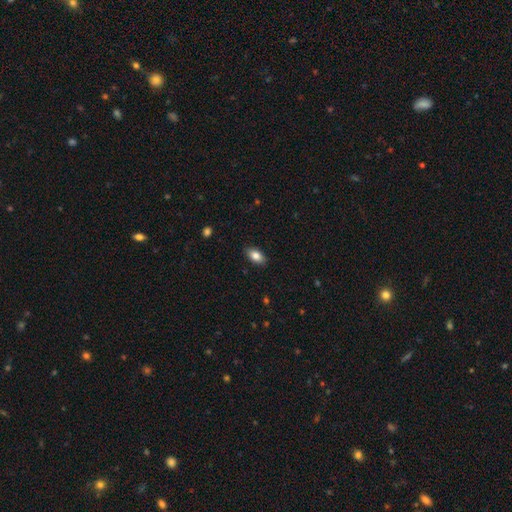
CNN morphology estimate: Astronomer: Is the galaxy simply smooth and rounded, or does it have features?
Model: smooth — 85%.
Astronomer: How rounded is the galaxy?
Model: in between — 91%.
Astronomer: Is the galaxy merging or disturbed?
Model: none — 88%.